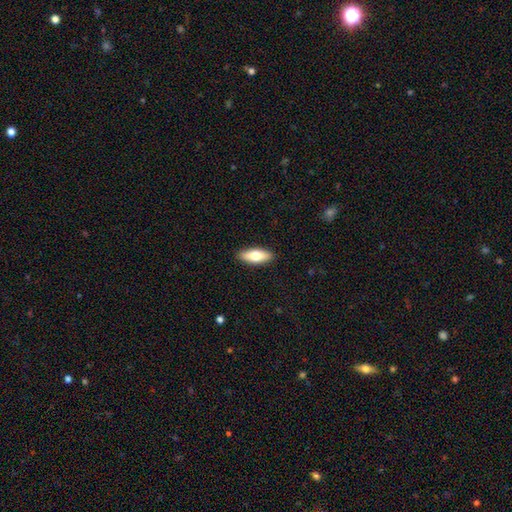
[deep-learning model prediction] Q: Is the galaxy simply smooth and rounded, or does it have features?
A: smooth — 71%.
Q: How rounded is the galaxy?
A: in between — 70%.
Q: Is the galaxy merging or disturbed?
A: none — 90%.